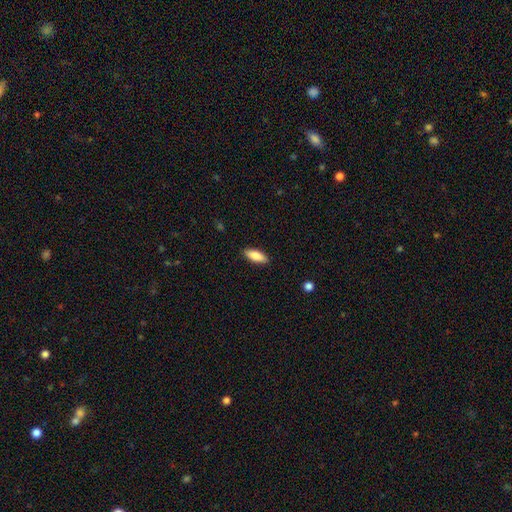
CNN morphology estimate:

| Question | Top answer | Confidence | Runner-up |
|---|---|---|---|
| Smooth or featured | smooth | 83% | featured or disk (10%) |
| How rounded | in between | 73% | cigar-shaped (25%) |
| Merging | none | 88% | minor disturbance (9%) |